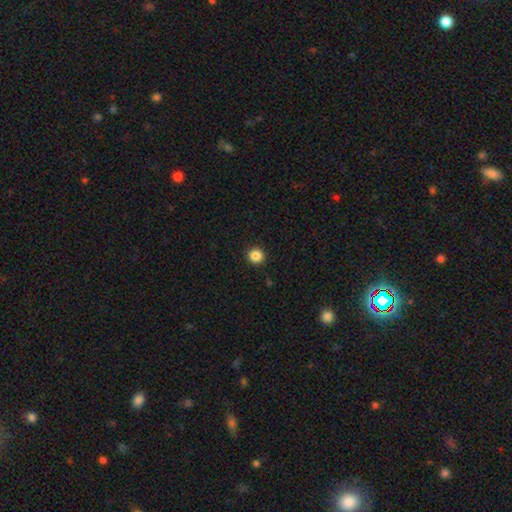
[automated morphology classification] Smooth or featured: smooth — 85% (star or artifact — 11%)
How rounded: round — 95% (in between — 4%)
Merging: none — 93% (minor disturbance — 4%)